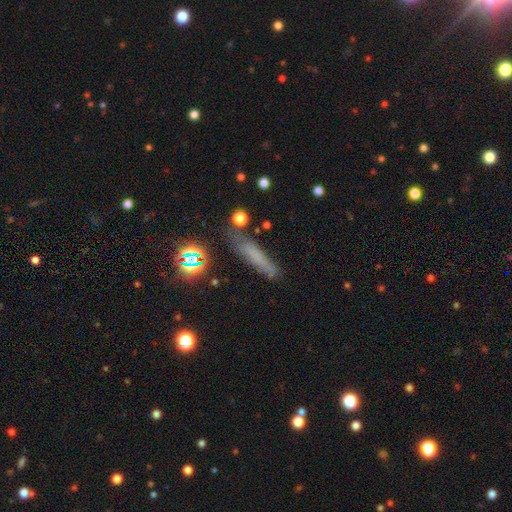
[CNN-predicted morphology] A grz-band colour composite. It shows a smooth galaxy with no disk features (59%) that is cigar-shaped (83%). Merging: none (71%).